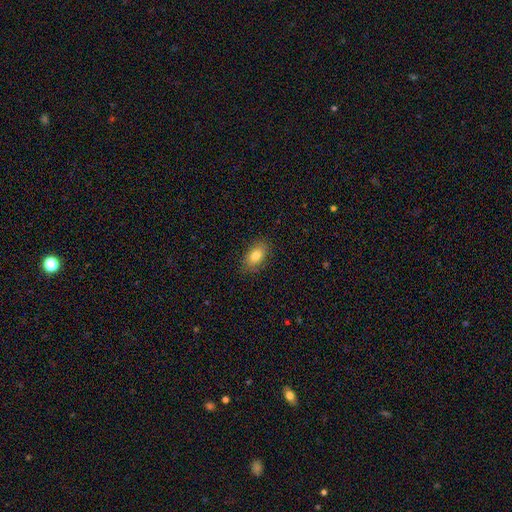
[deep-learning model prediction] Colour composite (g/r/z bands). It shows a smooth galaxy with no disk features (81%) that is in between round and cigar-shaped (89%). Merging: none (85%).